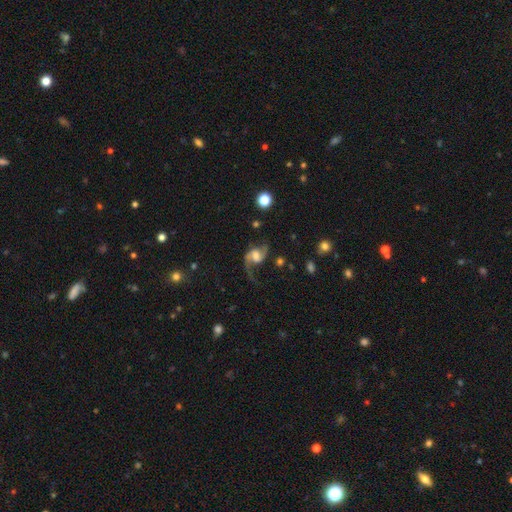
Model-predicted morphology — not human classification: The model was most divided on "bar": no: 50%, weak: 39%, strong: 11%. Remaining: edge-on disk — no (98%); spiral arms — yes (97%); spiral arm count — 2 (89%); smooth or featured — featured or disk (86%); spiral winding — loose (72%); merging — none (61%); bulge size — moderate (43%).